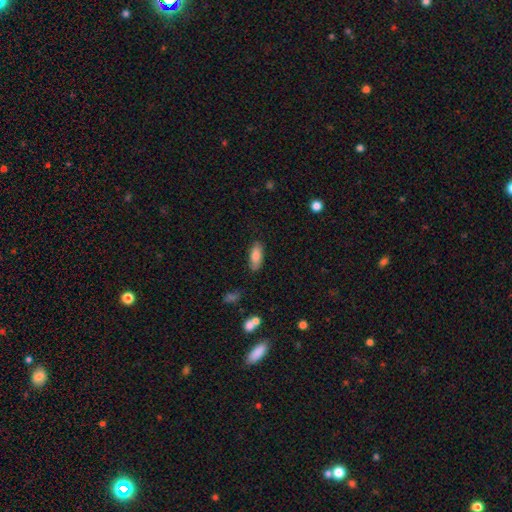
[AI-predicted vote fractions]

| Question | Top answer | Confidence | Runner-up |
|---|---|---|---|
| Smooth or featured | smooth | 82% | featured or disk (11%) |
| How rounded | in between | 75% | cigar-shaped (22%) |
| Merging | none | 82% | minor disturbance (13%) |